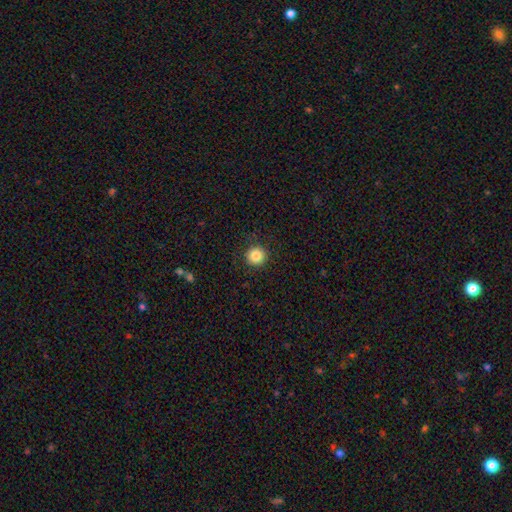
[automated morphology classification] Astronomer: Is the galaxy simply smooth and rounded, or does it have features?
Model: smooth — 85%.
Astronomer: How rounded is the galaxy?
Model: round — 94%.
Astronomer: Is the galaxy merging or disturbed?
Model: none — 91%.